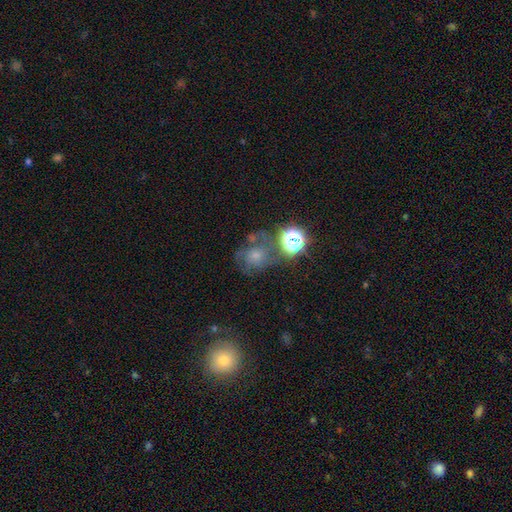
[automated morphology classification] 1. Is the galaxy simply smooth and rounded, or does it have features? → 46% smooth, 32% featured or disk, 22% star or artifact.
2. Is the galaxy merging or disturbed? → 47% none, 20% minor disturbance, 20% major disturbance, 13% merger.